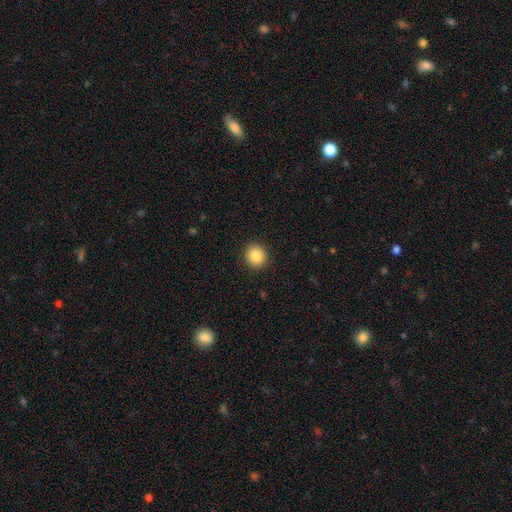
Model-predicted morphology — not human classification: Smooth or featured? Predicted: smooth (p=0.87). How rounded? Predicted: round (p=0.89). Merging? Predicted: none (p=0.91).